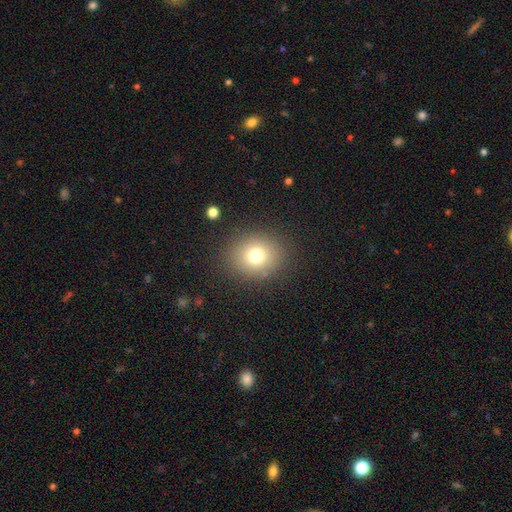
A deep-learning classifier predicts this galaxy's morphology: Overall: smooth (74%). How rounded: round (70%). Merging: none (86%).